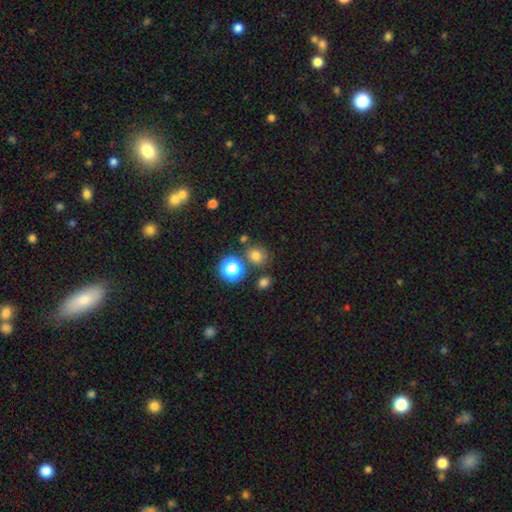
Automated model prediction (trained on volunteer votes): Morphology: type=smooth (73%); roundness=round (77%); merging=none (77%).